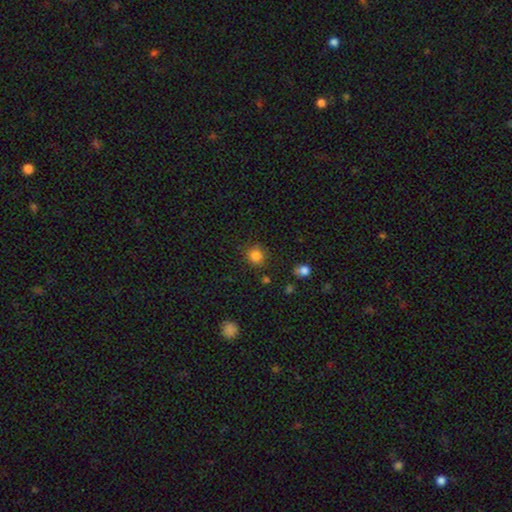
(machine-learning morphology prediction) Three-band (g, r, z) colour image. It shows a smooth galaxy with no disk features (83%) that is round (87%). Merging: none (82%).